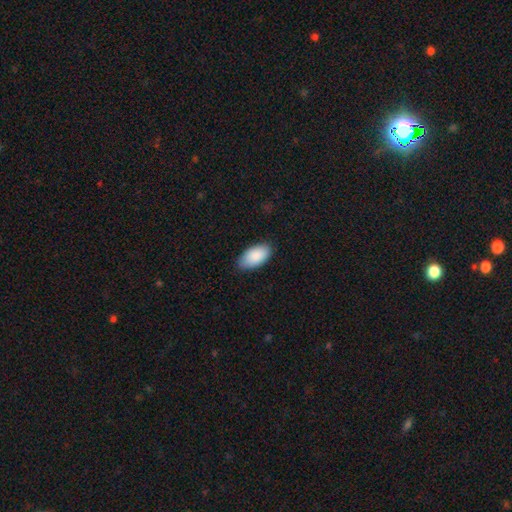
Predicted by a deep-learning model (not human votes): smooth_or_featured: smooth (p=0.89) [alt: star or artifact p=0.06]
how_rounded: in between (p=0.96) [alt: round p=0.02]
merging: none (p=0.82) [alt: minor disturbance p=0.15]